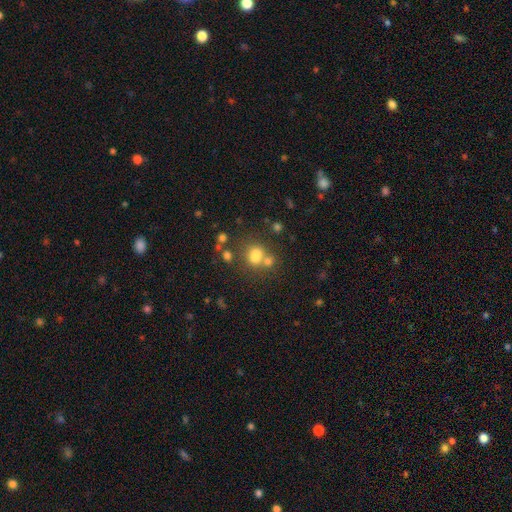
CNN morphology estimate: Smooth or featured: smooth — 74% (star or artifact — 15%)
How rounded: round — 57% (in between — 42%)
Merging: none — 47% (merger — 36%)